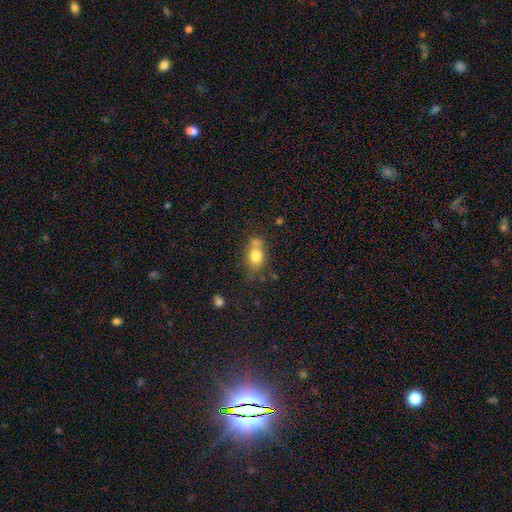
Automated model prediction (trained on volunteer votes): smooth-or-featured: smooth: 77% | featured or disk: 13% | star or artifact: 10%
  how-rounded: in between: 55% | round: 43% | cigar-shaped: 2%
  merging: none: 46% | merger: 30% | minor disturbance: 17% | major disturbance: 6%